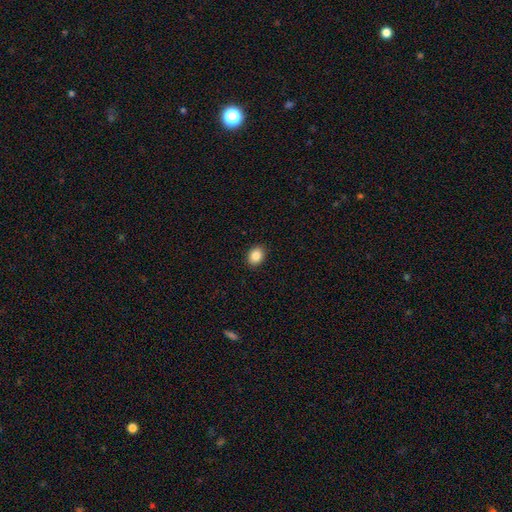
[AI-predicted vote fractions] smooth-or-featured: smooth: 87% | star or artifact: 9% | featured or disk: 4%
  how-rounded: in between: 58% | round: 41% | cigar-shaped: 1%
  merging: none: 91% | minor disturbance: 7% | major disturbance: 2% | merger: 1%